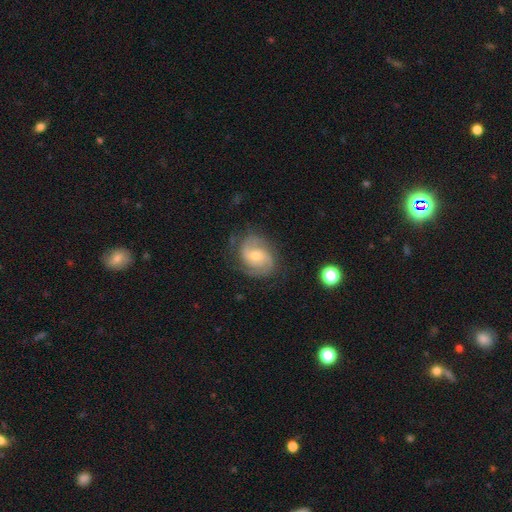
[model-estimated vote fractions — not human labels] featured or disk 84%, smooth 10%, star or artifact 5%. Down the decision tree: edge-on disk — no (98%); bar — no (48%); spiral arms — yes (96%); spiral arm count — 2 (73%); spiral winding — tight (45%); bulge size — small (48%, tied with moderate); merging — none (74%).